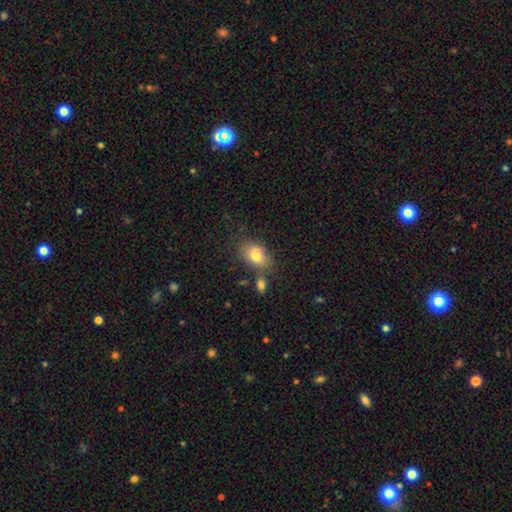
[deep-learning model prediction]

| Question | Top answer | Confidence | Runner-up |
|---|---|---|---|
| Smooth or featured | smooth | 73% | featured or disk (17%) |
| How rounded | in between | 81% | round (17%) |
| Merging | none | 48% | merger (27%) |